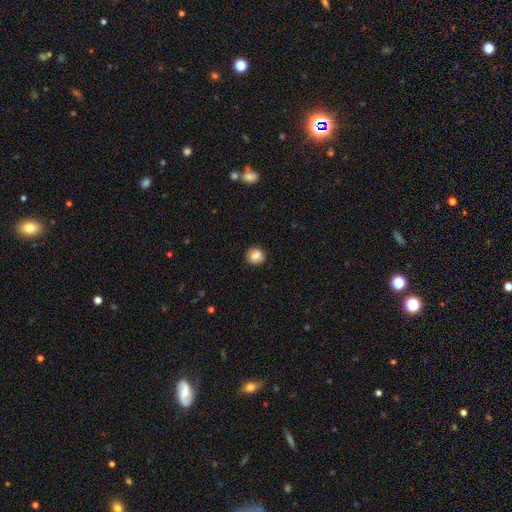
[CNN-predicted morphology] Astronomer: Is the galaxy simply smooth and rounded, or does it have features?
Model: smooth — 79%.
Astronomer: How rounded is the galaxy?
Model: round — 89%.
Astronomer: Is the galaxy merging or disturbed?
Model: none — 89%.